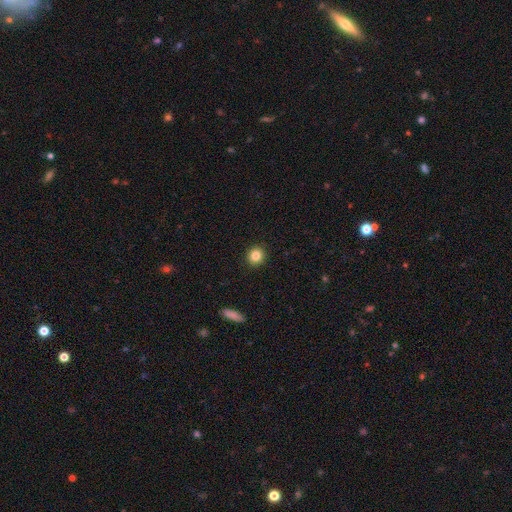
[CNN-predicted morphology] smooth_or_featured: smooth (p=0.84) [alt: star or artifact p=0.11]
how_rounded: round (p=0.91) [alt: in between p=0.08]
merging: none (p=0.93) [alt: minor disturbance p=0.05]